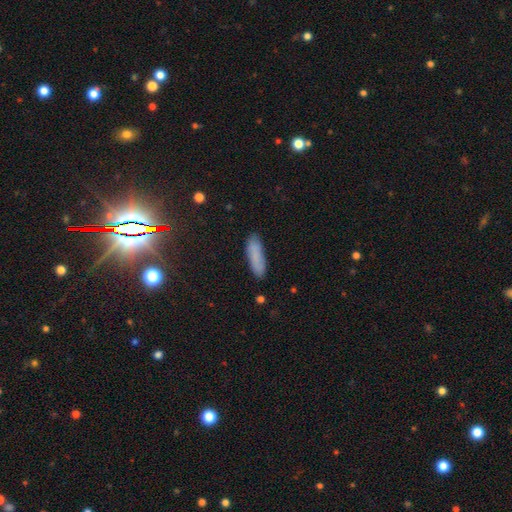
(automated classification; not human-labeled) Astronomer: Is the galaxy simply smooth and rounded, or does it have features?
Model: smooth — 82%.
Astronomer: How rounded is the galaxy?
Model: cigar-shaped — 51% (runner-up: in between, 47%).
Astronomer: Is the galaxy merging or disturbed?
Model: none — 85%.